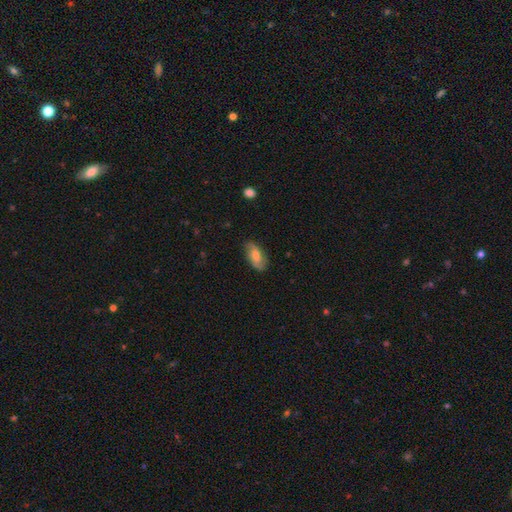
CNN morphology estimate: A smooth galaxy with no disk features (60%) that is in between round and cigar-shaped (90%).

Vote fractions:
- Smooth or featured? smooth: 60% / featured or disk: 33% / star or artifact: 7%
- How rounded? in between: 90% / cigar-shaped: 6% / round: 4%
- Merging? none: 77% / minor disturbance: 18% / major disturbance: 4% / merger: 1%